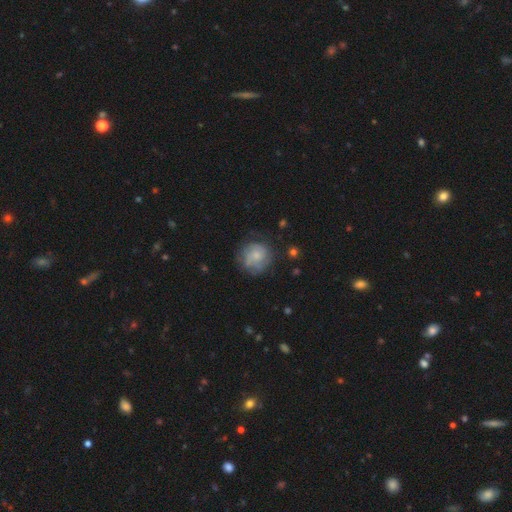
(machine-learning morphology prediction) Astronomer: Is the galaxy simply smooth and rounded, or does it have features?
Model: smooth — 60%.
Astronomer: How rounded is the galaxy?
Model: round — 86%.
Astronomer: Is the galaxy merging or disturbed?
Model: none — 59%.